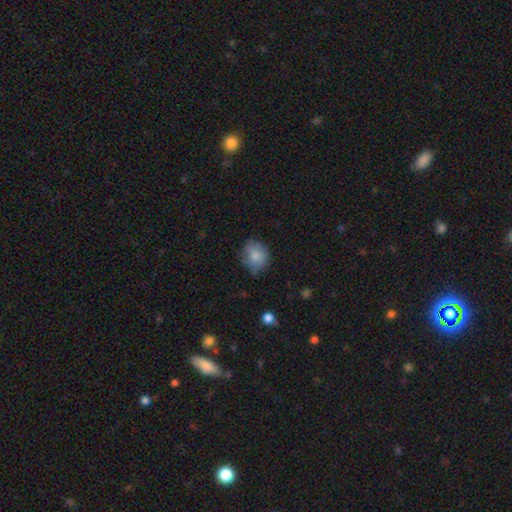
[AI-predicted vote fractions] Overall: smooth (79%). How rounded: round (68%; in between 31%). Merging: none (60%; minor disturbance 29%).